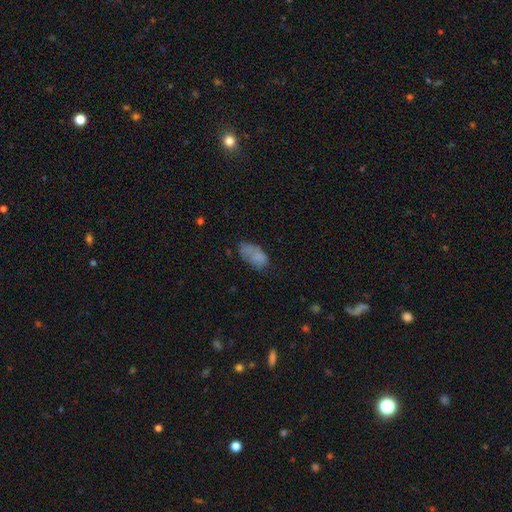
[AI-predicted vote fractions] smooth 73%, featured or disk 16%, star or artifact 11%. Down the decision tree: how rounded — in between (92%); merging — none (52%).